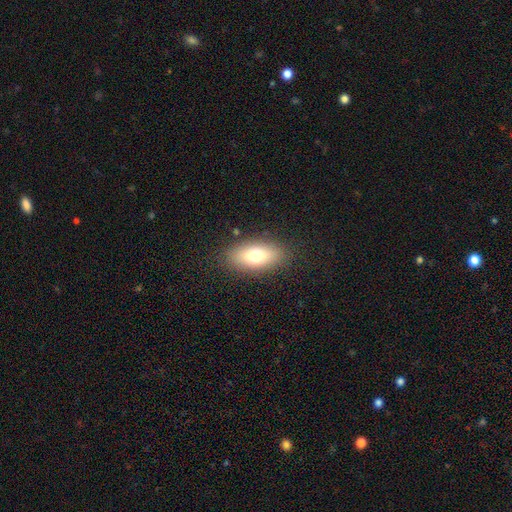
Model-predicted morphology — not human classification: Smooth or featured? smooth (74%)
How rounded? in between (84%)
Merging? none (85%)